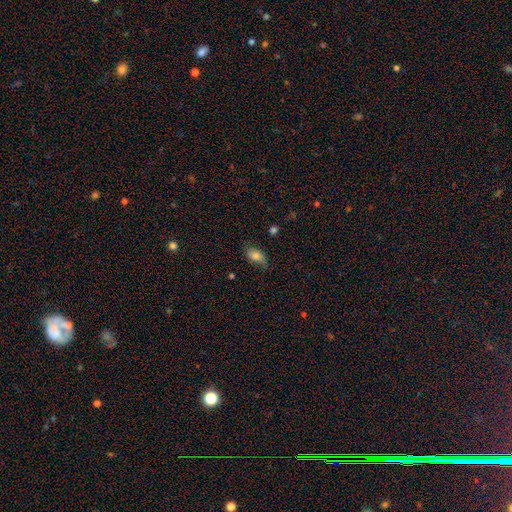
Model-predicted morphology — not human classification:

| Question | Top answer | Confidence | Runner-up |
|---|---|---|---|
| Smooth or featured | smooth | 75% | featured or disk (16%) |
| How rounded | in between | 89% | round (8%) |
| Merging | none | 61% | minor disturbance (30%) |